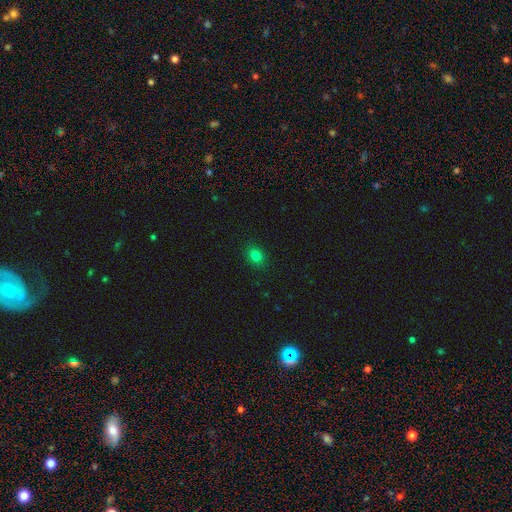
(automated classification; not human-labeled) smooth-or-featured: smooth: 79% | star or artifact: 15% | featured or disk: 6%
  how-rounded: round: 53% | in between: 45% | cigar-shaped: 1%
  merging: none: 89% | minor disturbance: 8% | major disturbance: 2% | merger: 1%